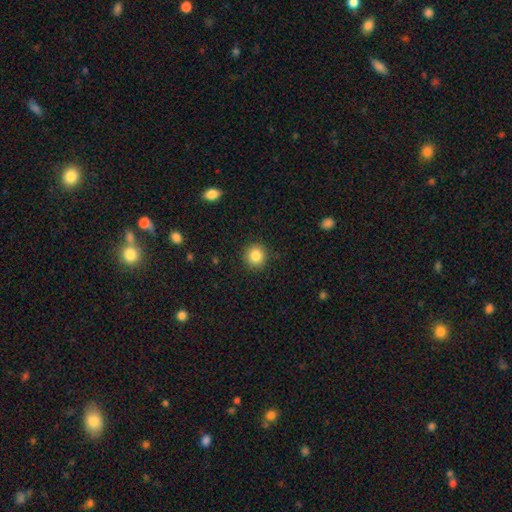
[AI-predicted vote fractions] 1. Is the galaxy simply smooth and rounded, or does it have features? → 85% smooth, 10% star or artifact, 5% featured or disk.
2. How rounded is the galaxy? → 91% round, 8% in between, 1% cigar-shaped.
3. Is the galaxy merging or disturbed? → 90% none, 6% minor disturbance, 2% major disturbance, 1% merger.